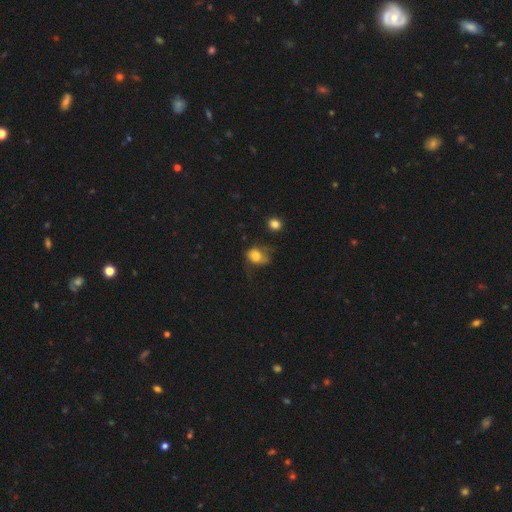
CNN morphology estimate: The model was most divided on "merging": none: 34%, minor disturbance: 33%, major disturbance: 29%, merger: 4%. More confident: smooth or featured — smooth (76%); how rounded — in between (57%).